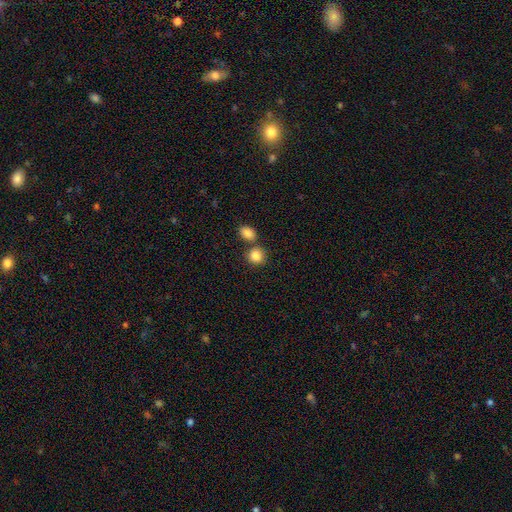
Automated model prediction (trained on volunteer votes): Smooth or featured: smooth — 85% (star or artifact — 9%)
How rounded: round — 80% (in between — 19%)
Merging: none — 62% (merger — 27%)